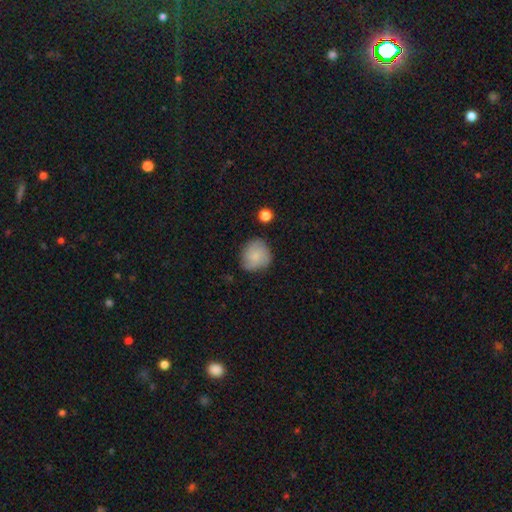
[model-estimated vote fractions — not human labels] Morphology: type=smooth (72%); roundness=round (85%); merging=none (74%).